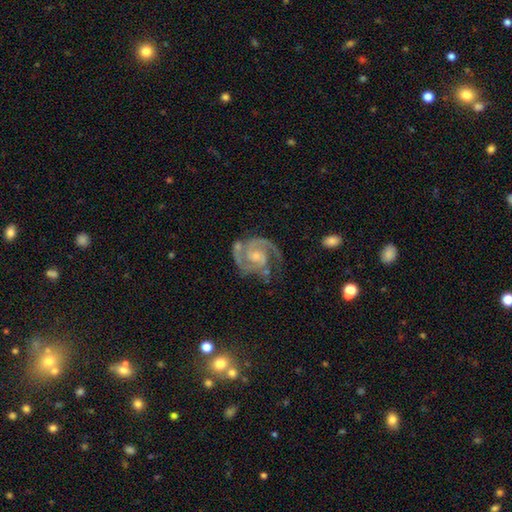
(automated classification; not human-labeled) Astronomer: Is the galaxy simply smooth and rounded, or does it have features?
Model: featured or disk — 91%.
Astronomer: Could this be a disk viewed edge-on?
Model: no — 98%.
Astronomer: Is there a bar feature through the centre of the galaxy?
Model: no — 58% (runner-up: weak, 34%).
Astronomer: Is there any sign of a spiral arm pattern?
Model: yes — 98%.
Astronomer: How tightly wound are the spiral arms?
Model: tight — 48% (runner-up: medium, 45%).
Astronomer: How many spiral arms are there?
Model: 2 — 77%.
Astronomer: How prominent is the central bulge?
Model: small — 55% (runner-up: moderate, 34%).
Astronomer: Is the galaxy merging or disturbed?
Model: none — 60%.